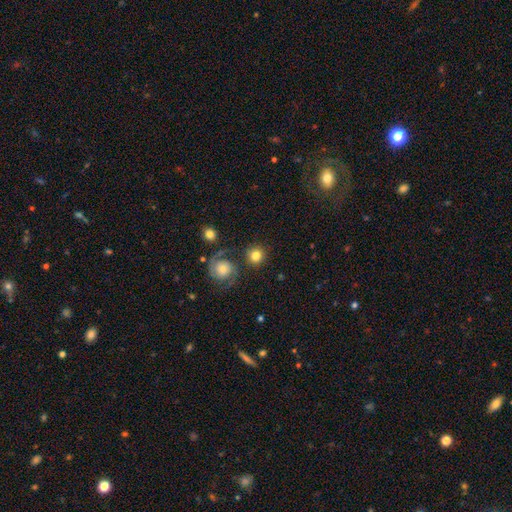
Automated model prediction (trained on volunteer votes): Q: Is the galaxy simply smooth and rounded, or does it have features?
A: smooth — 80%.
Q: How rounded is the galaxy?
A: round — 92%.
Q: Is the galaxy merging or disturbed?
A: none — 79%.